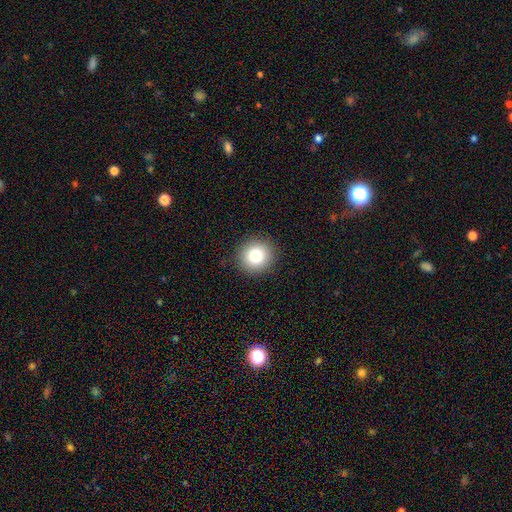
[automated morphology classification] smooth_or_featured: smooth (p=0.80) [alt: star or artifact p=0.11]
how_rounded: round (p=0.91) [alt: in between p=0.09]
merging: none (p=0.91) [alt: minor disturbance p=0.06]